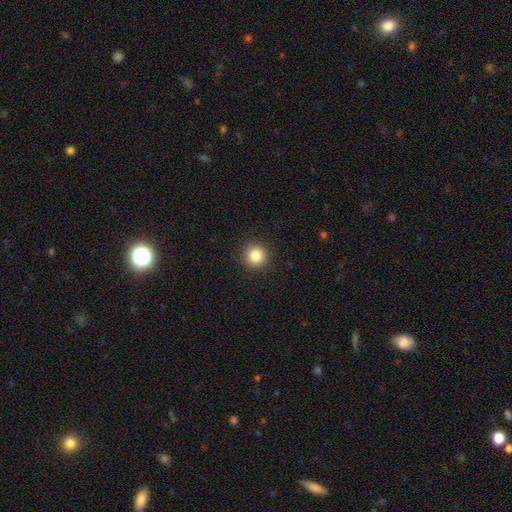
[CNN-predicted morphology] Q: Smooth or featured?
A: smooth (84%); runner-up: star or artifact (11%)
Q: How rounded?
A: round (95%); runner-up: in between (4%)
Q: Merging?
A: none (92%); runner-up: minor disturbance (6%)